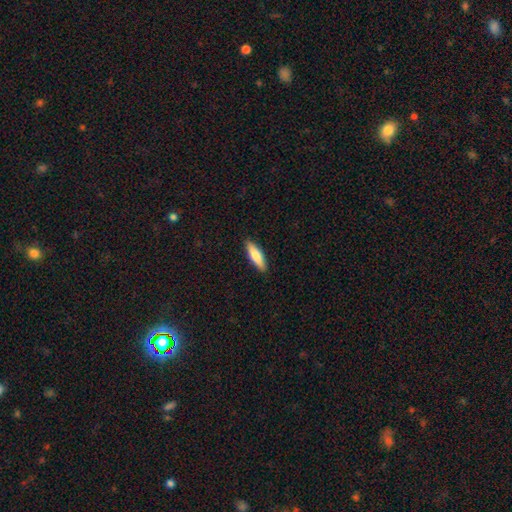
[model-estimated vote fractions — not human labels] This appears to be a smooth galaxy with no disk features (78%) that is cigar-shaped (61%). Merging: none (90%).